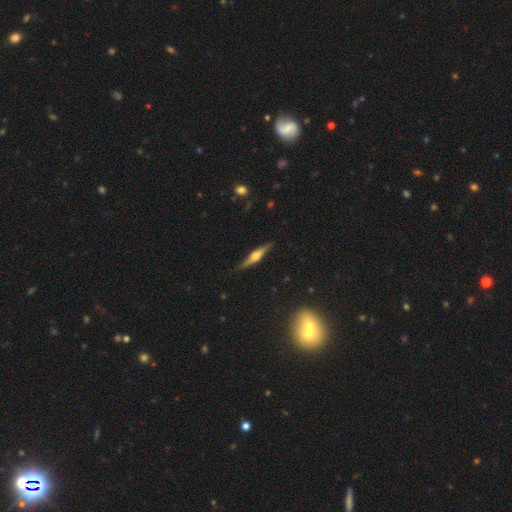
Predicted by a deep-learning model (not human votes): Smooth or featured? Predicted: featured or disk (p=0.72). Edge-on disk? Predicted: yes (p=0.97). Edge-on bulge? Predicted: rounded (p=0.83). Merging? Predicted: none (p=0.87).